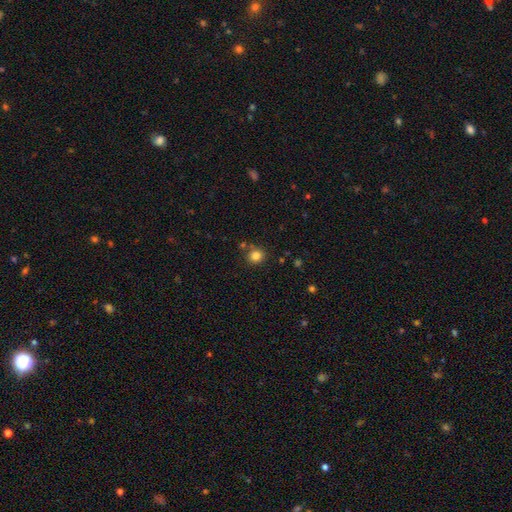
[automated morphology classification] Smooth or featured?
  - smooth: 83% *
  - star or artifact: 12%
  - featured or disk: 5%
How rounded?
  - round: 87% *
  - in between: 12%
  - cigar-shaped: 1%
Merging?
  - none: 78% *
  - minor disturbance: 10%
  - merger: 9%
  - major disturbance: 3%